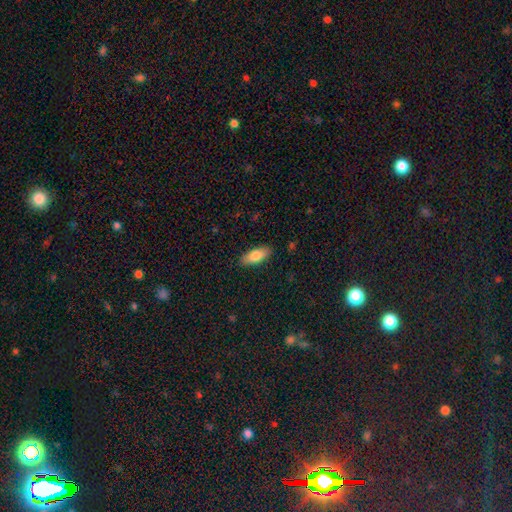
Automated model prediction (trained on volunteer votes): A smooth galaxy with no disk features (80%) that is in between round and cigar-shaped (76%). Merging: none (88%).